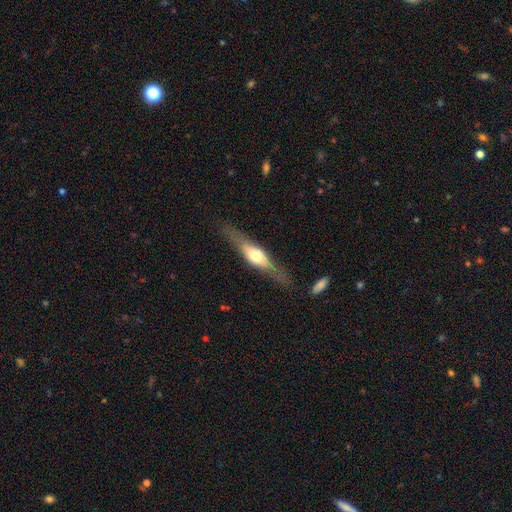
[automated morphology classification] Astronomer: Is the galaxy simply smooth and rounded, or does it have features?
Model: featured or disk — 63%.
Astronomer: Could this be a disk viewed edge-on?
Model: yes — 88%.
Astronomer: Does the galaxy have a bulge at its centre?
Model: rounded — 89%.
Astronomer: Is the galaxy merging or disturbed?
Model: none — 79%.